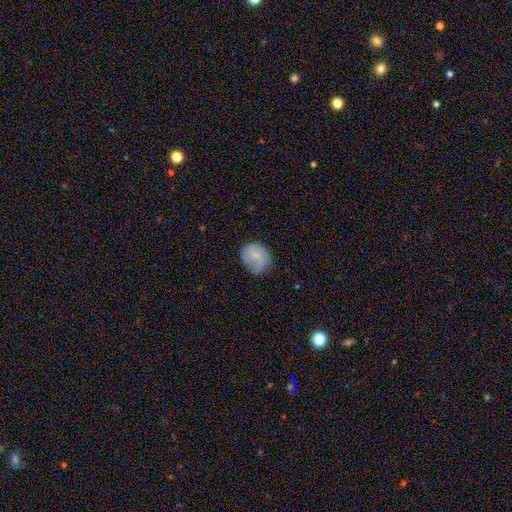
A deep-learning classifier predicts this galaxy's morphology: Smooth or featured? smooth (65%)
How rounded? round (65%)
Merging? none (47%)